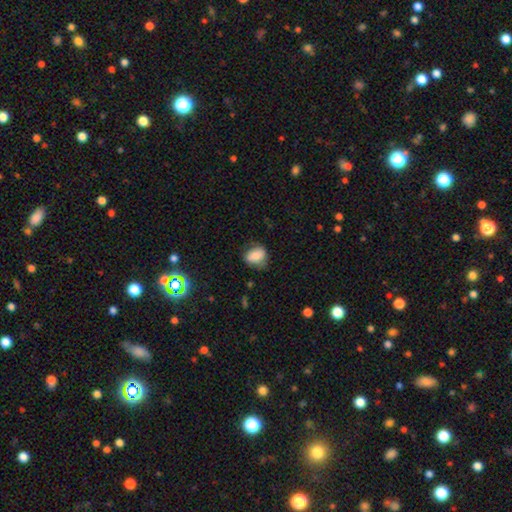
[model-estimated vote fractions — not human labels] Smooth or featured?
  - smooth: 78% *
  - featured or disk: 13%
  - star or artifact: 9%
How rounded?
  - in between: 58% *
  - round: 41%
  - cigar-shaped: 2%
Merging?
  - none: 67% *
  - minor disturbance: 25%
  - major disturbance: 7%
  - merger: 2%